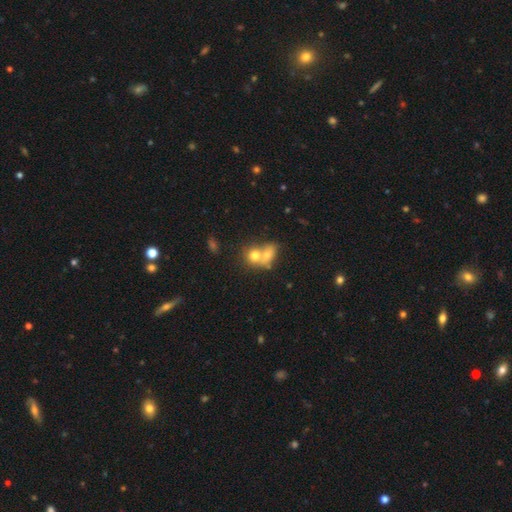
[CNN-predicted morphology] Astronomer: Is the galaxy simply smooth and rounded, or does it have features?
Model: smooth — 68%.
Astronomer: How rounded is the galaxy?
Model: round — 57% (runner-up: in between, 41%).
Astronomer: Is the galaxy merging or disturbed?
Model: merger — 70%.